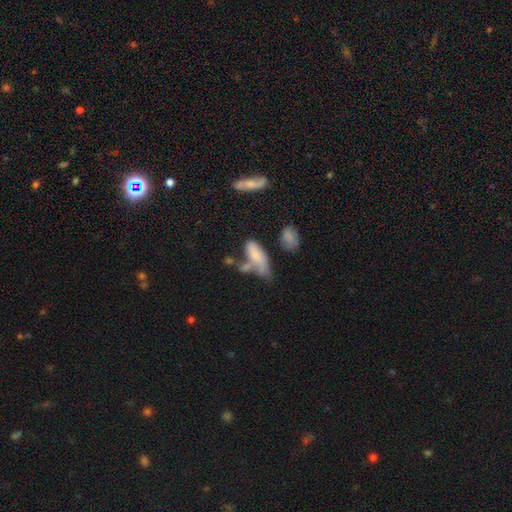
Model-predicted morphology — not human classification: Smooth or featured? Predicted: smooth (p=0.70). How rounded? Predicted: in between (p=0.73). Merging? Predicted: merger (p=0.30).